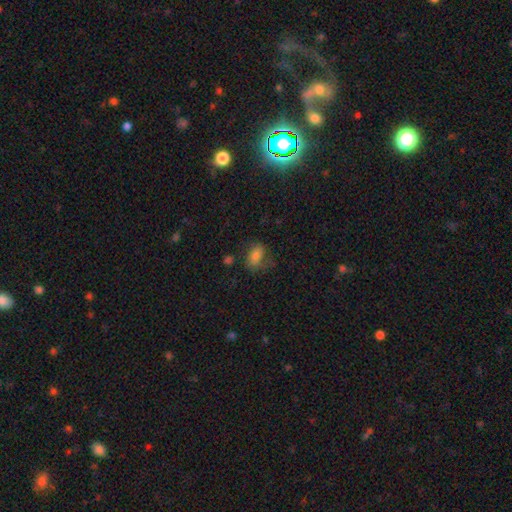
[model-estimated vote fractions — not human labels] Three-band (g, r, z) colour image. It shows a smooth galaxy with no disk features (70%) that is in between round and cigar-shaped (79%). Merging: none (53%).